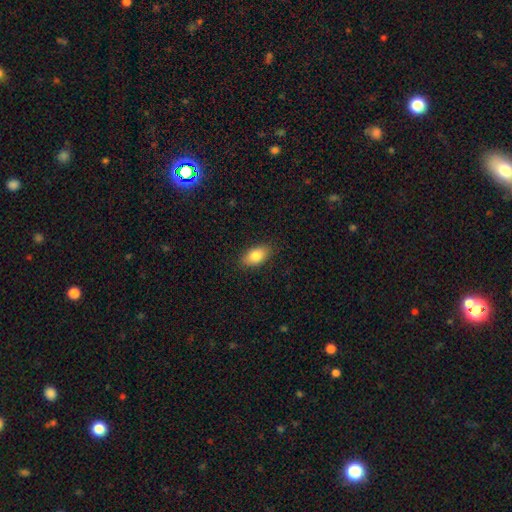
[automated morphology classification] Smooth or featured? Predicted: smooth (p=0.83). How rounded? Predicted: in between (p=0.91). Merging? Predicted: none (p=0.87).